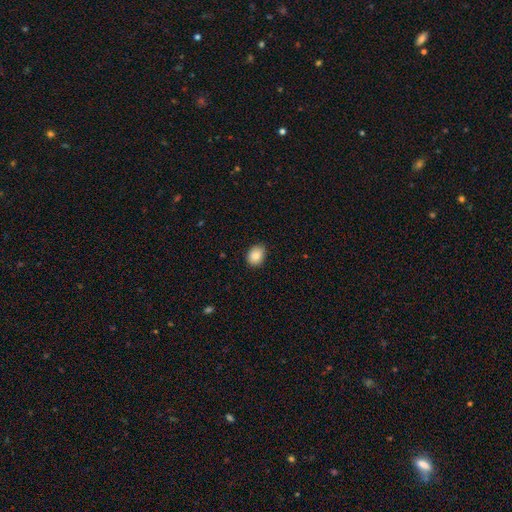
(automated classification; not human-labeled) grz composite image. It shows a smooth galaxy with no disk features (87%) that is in between round and cigar-shaped (59%). Merging: none (84%).